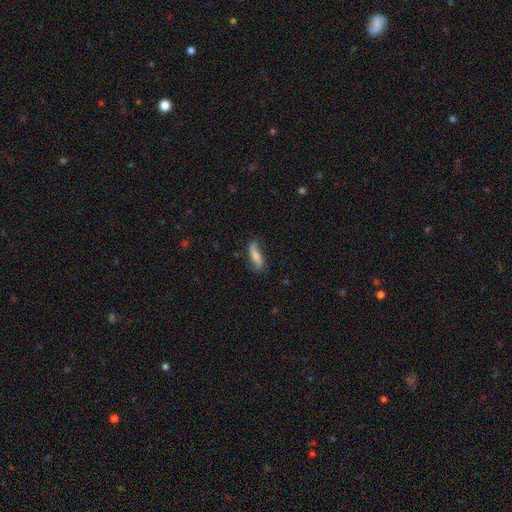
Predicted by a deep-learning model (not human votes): Morphology: type=featured or disk (48%); merging=none (68%).